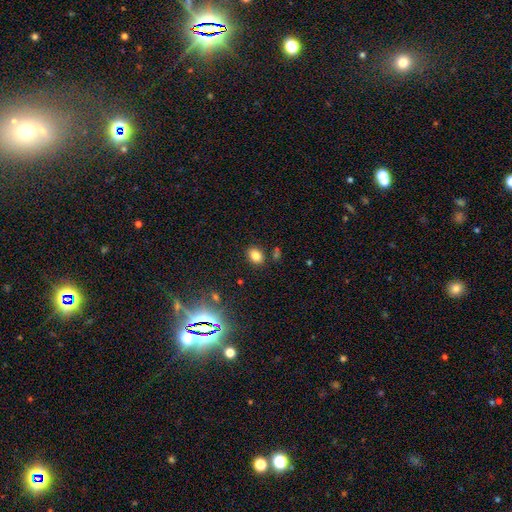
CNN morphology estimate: Smooth or featured: smooth — 81% (star or artifact — 12%)
How rounded: in between — 72% (round — 27%)
Merging: none — 83% (minor disturbance — 10%)